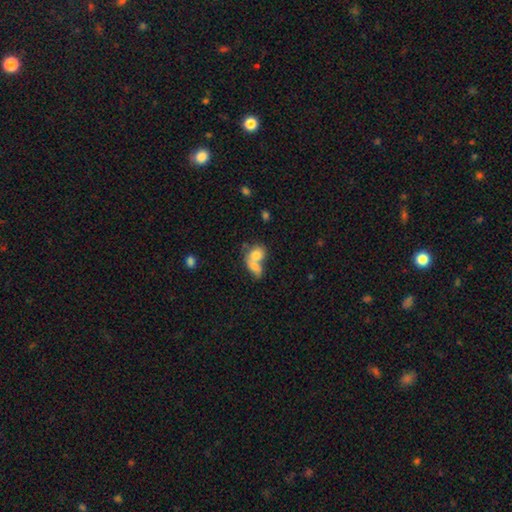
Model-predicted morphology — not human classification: smooth 74%, featured or disk 18%, star or artifact 8%. Down the decision tree: how rounded — in between (60%); merging — merger (72%).